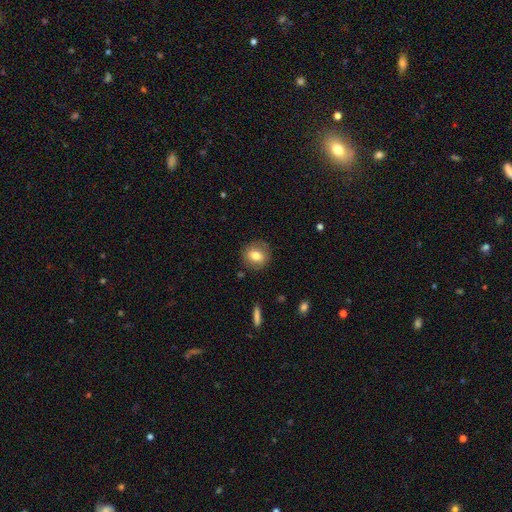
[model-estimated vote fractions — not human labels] smooth-or-featured: smooth: 75% | featured or disk: 16% | star or artifact: 9%
  how-rounded: round: 75% | in between: 24% | cigar-shaped: 1%
  merging: none: 85% | minor disturbance: 11% | major disturbance: 3% | merger: 1%